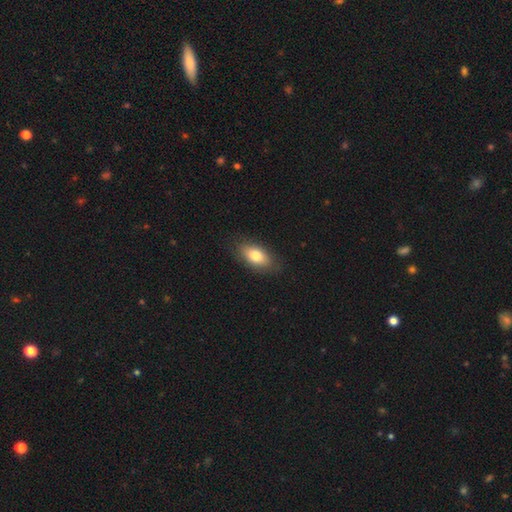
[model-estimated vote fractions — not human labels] Smooth or featured?
  - smooth: 77% *
  - featured or disk: 15%
  - star or artifact: 7%
How rounded?
  - in between: 88% *
  - cigar-shaped: 7%
  - round: 6%
Merging?
  - none: 85% *
  - minor disturbance: 11%
  - major disturbance: 3%
  - merger: 1%